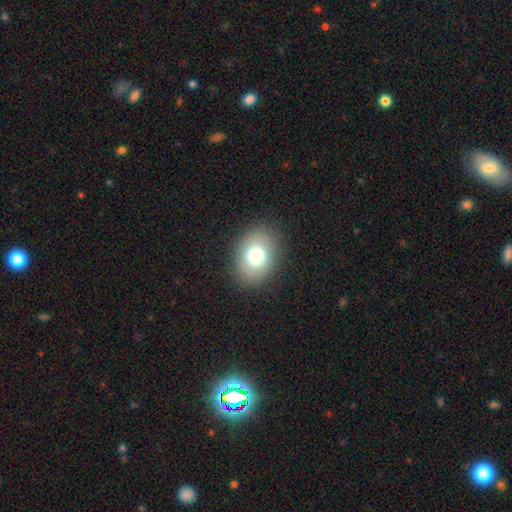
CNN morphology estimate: A smooth galaxy with no disk features (75%) that is in between round and cigar-shaped (69%). Merging: none (86%).